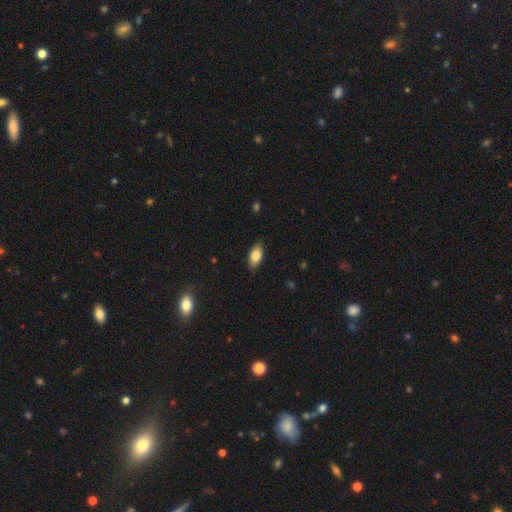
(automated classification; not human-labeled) A smooth galaxy with no disk features (83%) that is in between round and cigar-shaped (90%).

Vote fractions:
- Smooth or featured? smooth: 83% / featured or disk: 11% / star or artifact: 7%
- How rounded? in between: 90% / cigar-shaped: 7% / round: 3%
- Merging? none: 85% / minor disturbance: 11% / major disturbance: 2% / merger: 1%